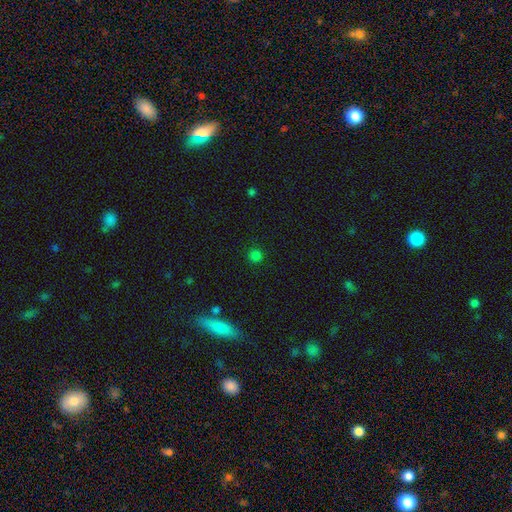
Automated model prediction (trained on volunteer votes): smooth_or_featured: smooth (p=0.78) [alt: star or artifact p=0.18]
how_rounded: round (p=0.94) [alt: in between p=0.05]
merging: none (p=0.90) [alt: minor disturbance p=0.06]